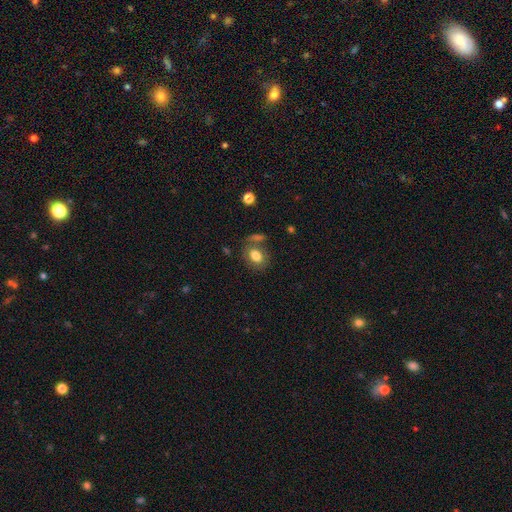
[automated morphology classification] A smooth galaxy with no disk features (79%) that is in between round and cigar-shaped (68%). Merging: none (66%).